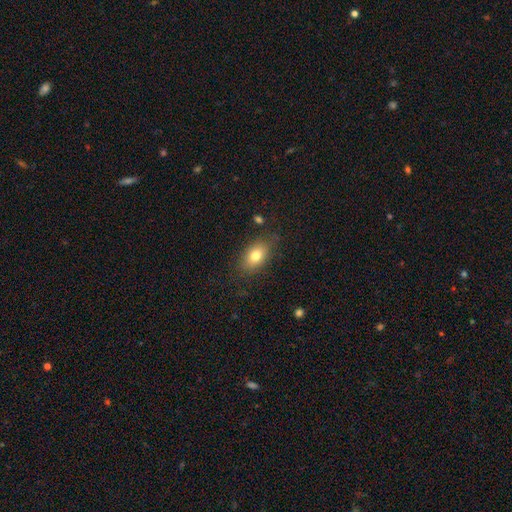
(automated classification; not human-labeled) smooth 78%, featured or disk 13%, star or artifact 9%. Down the decision tree: how rounded — in between (84%); merging — none (79%).